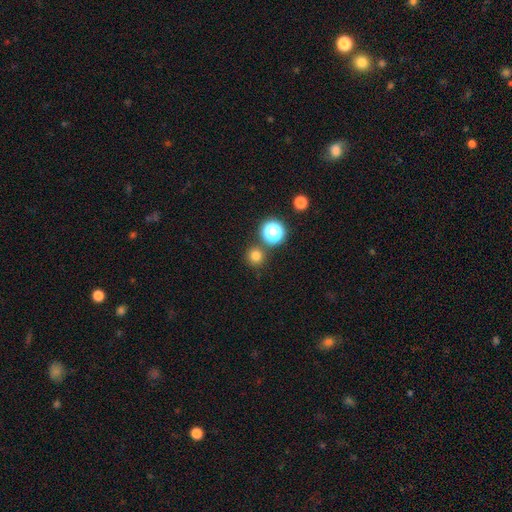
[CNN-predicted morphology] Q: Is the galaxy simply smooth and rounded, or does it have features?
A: smooth — 75%.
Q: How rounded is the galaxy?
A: round — 95%.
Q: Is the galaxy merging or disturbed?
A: none — 82%.